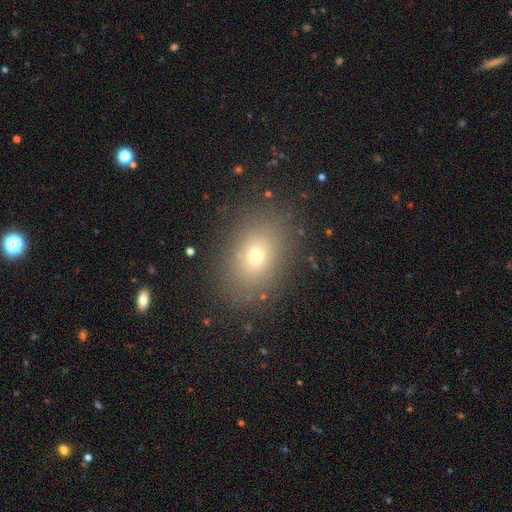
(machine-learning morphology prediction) Smooth or featured? Predicted: smooth (p=0.67). How rounded? Predicted: in between (p=0.67). Merging? Predicted: none (p=0.85).